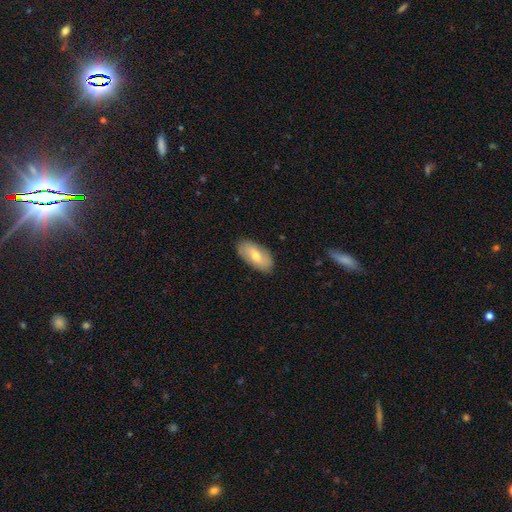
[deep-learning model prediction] smooth_or_featured: smooth (p=0.59) [alt: featured or disk p=0.35]
how_rounded: in between (p=0.91) [alt: cigar-shaped p=0.05]
merging: none (p=0.87) [alt: minor disturbance p=0.10]